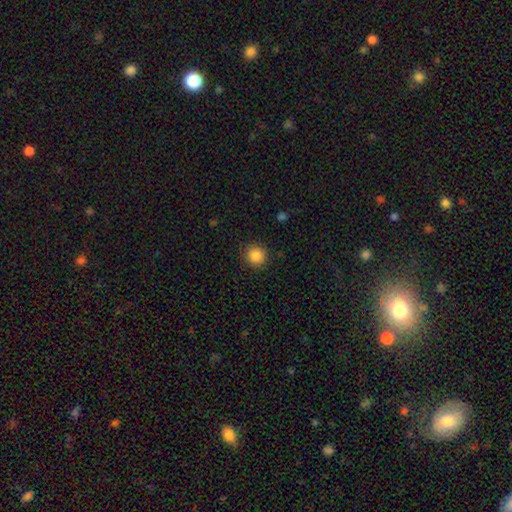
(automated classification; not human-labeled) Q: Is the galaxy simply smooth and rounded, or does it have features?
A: smooth — 86%.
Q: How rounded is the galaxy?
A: round — 92%.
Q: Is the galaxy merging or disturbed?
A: none — 90%.